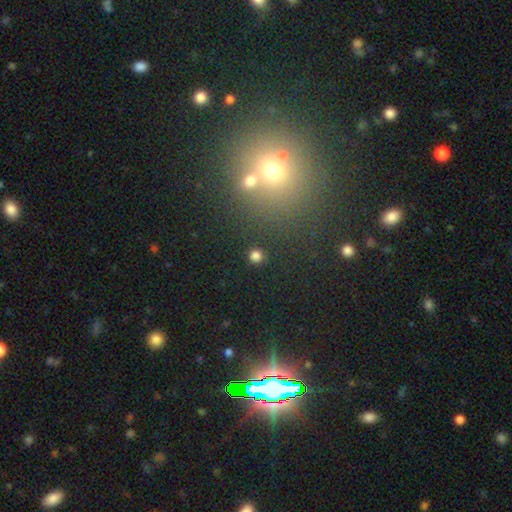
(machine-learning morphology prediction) Q: Smooth or featured?
A: smooth (80%); runner-up: star or artifact (16%)
Q: How rounded?
A: round (92%); runner-up: in between (7%)
Q: Merging?
A: none (91%); runner-up: minor disturbance (5%)